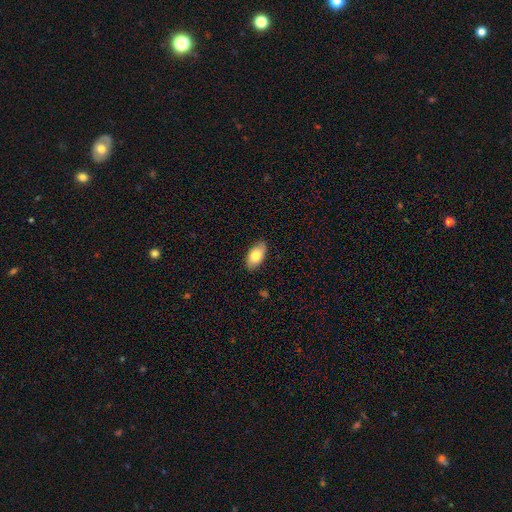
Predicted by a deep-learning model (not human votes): smooth_or_featured: smooth (p=0.80) [alt: featured or disk p=0.13]
how_rounded: in between (p=0.94) [alt: cigar-shaped p=0.03]
merging: none (p=0.87) [alt: minor disturbance p=0.10]